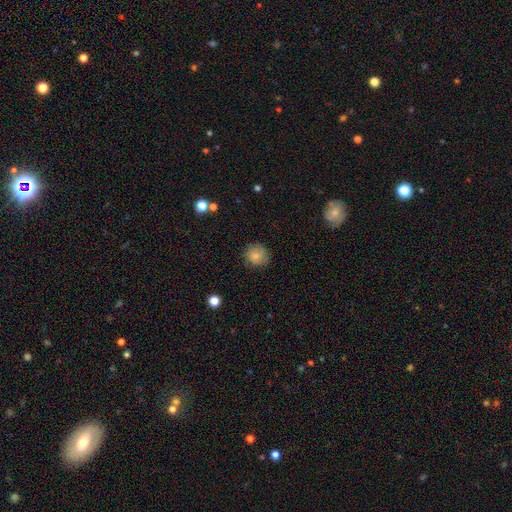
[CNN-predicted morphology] Overall: smooth (78%). How rounded: round (87%). Merging: none (77%).